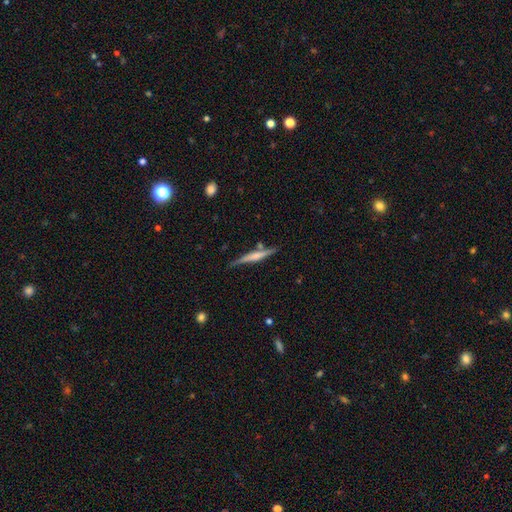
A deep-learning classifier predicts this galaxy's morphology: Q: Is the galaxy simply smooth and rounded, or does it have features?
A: featured or disk — 54%.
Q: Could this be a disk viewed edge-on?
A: yes — 96%.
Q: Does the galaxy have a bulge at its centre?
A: rounded — 43%.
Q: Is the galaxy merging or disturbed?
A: none — 73%.